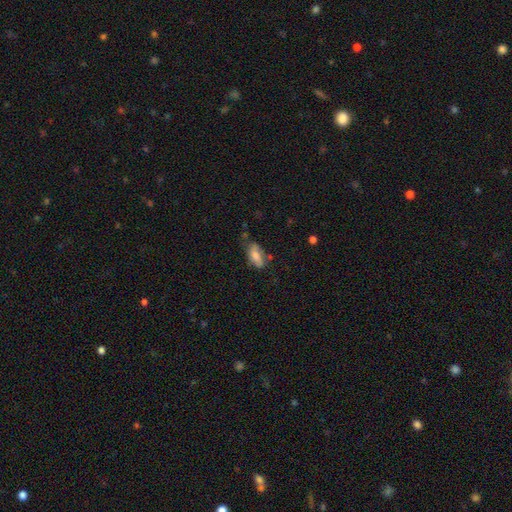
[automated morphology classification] Smooth or featured? smooth (73%)
How rounded? in between (84%)
Merging? none (55%)